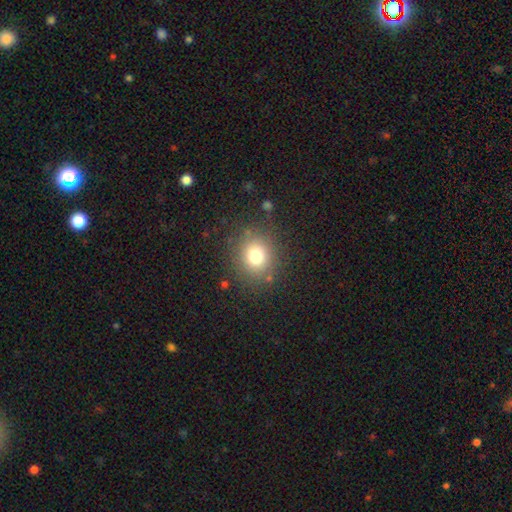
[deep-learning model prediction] A smooth galaxy with no disk features (76%) that is round (77%).

Vote fractions:
- Smooth or featured? smooth: 76% / star or artifact: 14% / featured or disk: 10%
- How rounded? round: 77% / in between: 22% / cigar-shaped: 1%
- Merging? none: 83% / minor disturbance: 10% / major disturbance: 5% / merger: 2%